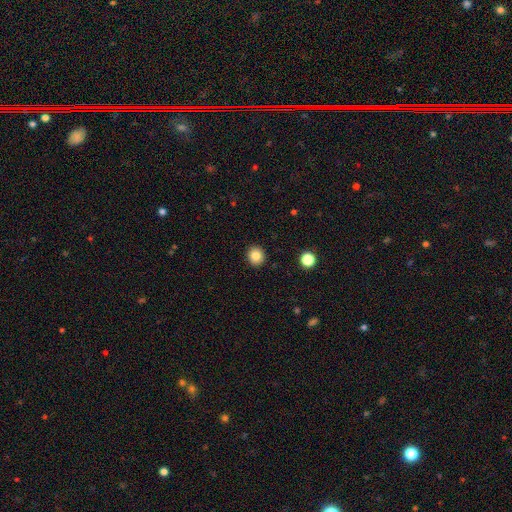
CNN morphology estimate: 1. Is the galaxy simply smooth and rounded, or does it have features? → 84% smooth, 10% star or artifact, 6% featured or disk.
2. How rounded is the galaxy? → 86% round, 13% in between, 1% cigar-shaped.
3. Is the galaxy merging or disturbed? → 92% none, 5% minor disturbance, 2% major disturbance, 1% merger.